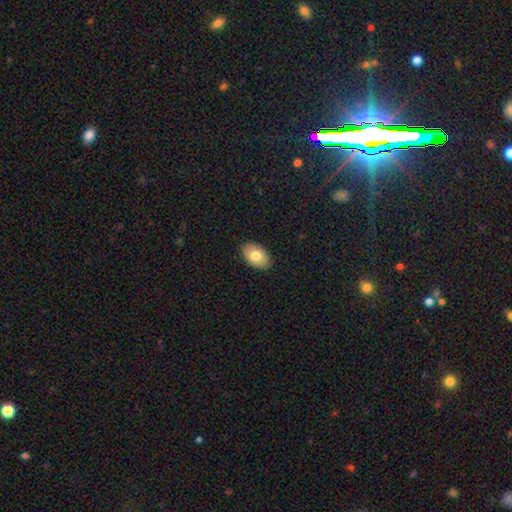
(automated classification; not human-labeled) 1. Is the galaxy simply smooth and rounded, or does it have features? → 80% smooth, 14% featured or disk, 7% star or artifact.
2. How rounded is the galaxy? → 91% in between, 8% round, 1% cigar-shaped.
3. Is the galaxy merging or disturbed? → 89% none, 8% minor disturbance, 2% major disturbance, 1% merger.